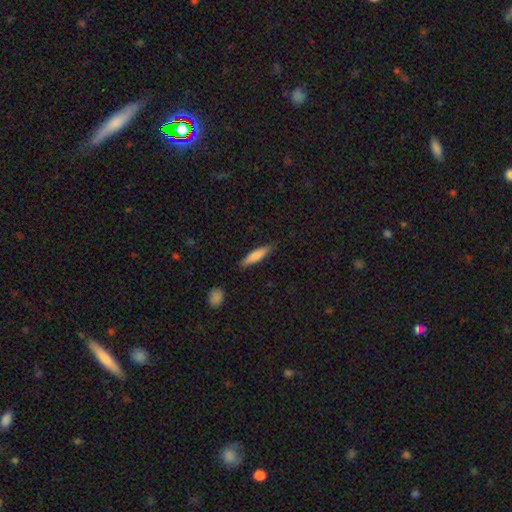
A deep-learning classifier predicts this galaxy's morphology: Overall: smooth (78%). How rounded: cigar-shaped (78%). Merging: none (85%).